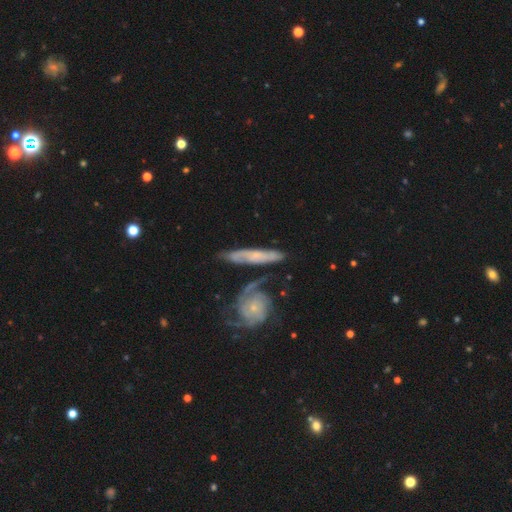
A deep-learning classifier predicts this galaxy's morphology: The model was most divided on "edge-on disk": no: 65%, yes: 35%. More confident: smooth or featured — featured or disk (69%); merging — none (56%).